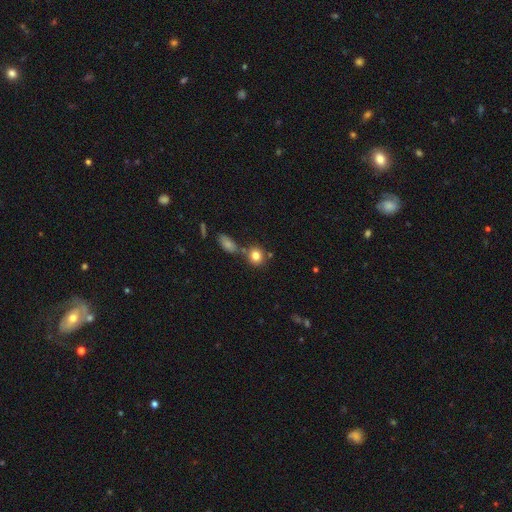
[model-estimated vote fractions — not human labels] Overall: smooth (81%). How rounded: round (77%). Merging: none (64%).